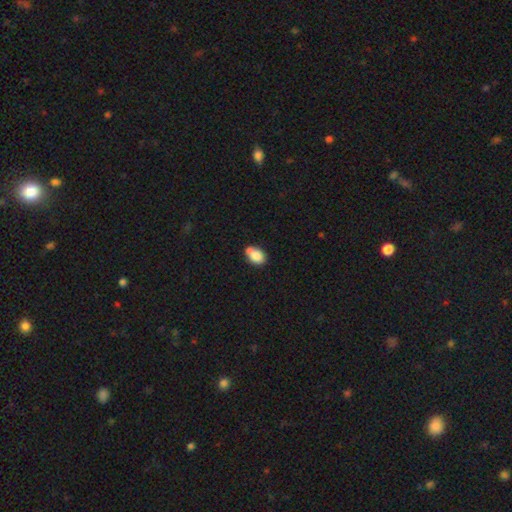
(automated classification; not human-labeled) A smooth galaxy with no disk features (82%) that is in between round and cigar-shaped (76%).

Vote fractions:
- Smooth or featured? smooth: 82% / featured or disk: 9% / star or artifact: 9%
- How rounded? in between: 76% / round: 23% / cigar-shaped: 1%
- Merging? none: 48% / merger: 23% / minor disturbance: 23% / major disturbance: 5%